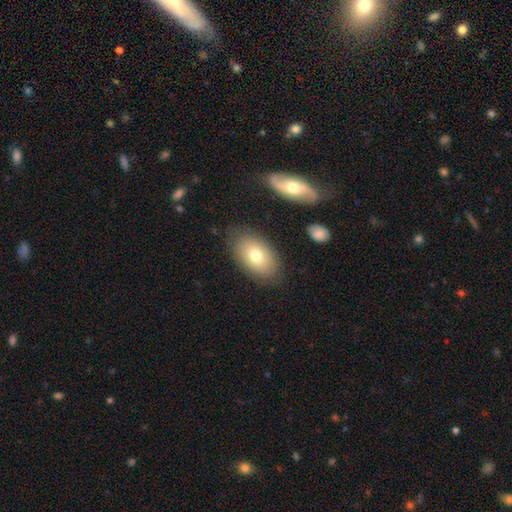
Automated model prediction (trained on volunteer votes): Smooth or featured: smooth — 73% (featured or disk — 19%)
How rounded: in between — 90% (round — 9%)
Merging: none — 82% (minor disturbance — 12%)